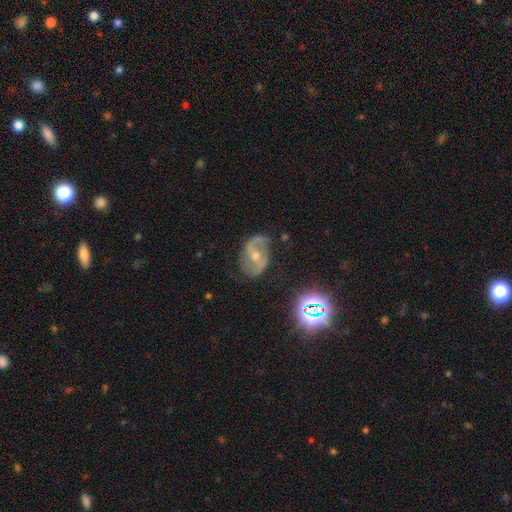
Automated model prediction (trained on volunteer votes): featured or disk 78%, smooth 11%, star or artifact 10%. Down the decision tree: edge-on disk — no (97%); bar — weak (45%); spiral arms — yes (87%); spiral arm count — 2 (82%); spiral winding — medium (49%); bulge size — moderate (63%); merging — none (70%).